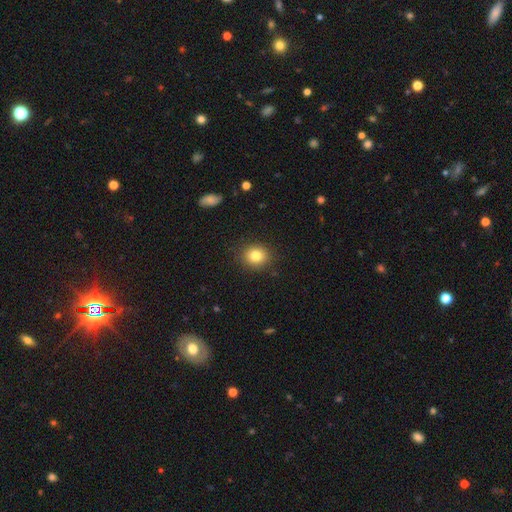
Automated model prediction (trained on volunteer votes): A smooth galaxy with no disk features (83%) that is round (73%). Merging: none (88%).